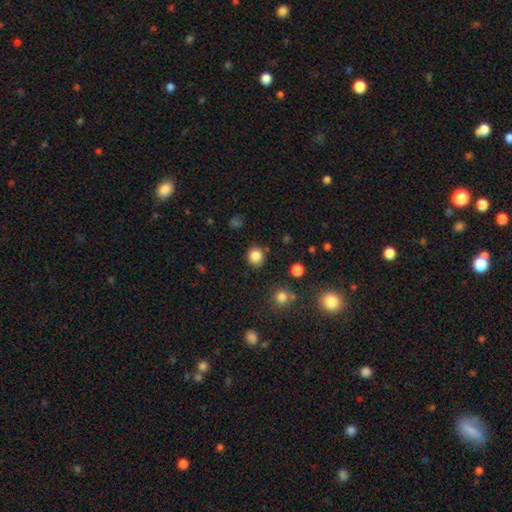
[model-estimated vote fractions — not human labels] A smooth galaxy with no disk features (84%) that is round (86%).

Vote fractions:
- Smooth or featured? smooth: 84% / star or artifact: 11% / featured or disk: 5%
- How rounded? round: 86% / in between: 13% / cigar-shaped: 1%
- Merging? none: 87% / minor disturbance: 8% / major disturbance: 3% / merger: 3%